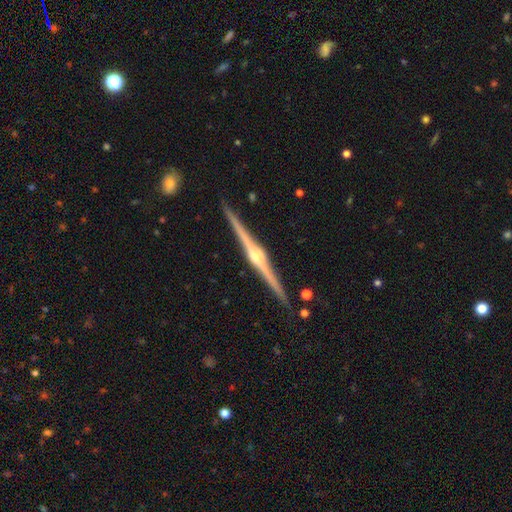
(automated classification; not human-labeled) This is clearly a featured or disk galaxy (90%). It is clearly viewed edge-on (99%). Edge-on bulge: clearly rounded (89%). Merging: clearly none (92%).